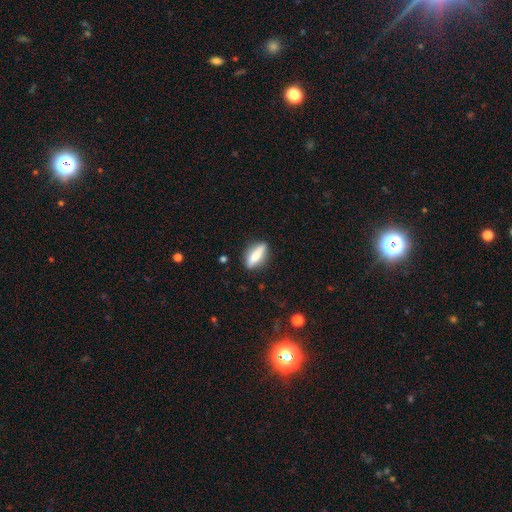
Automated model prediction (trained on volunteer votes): smooth-or-featured: smooth: 60% | featured or disk: 33% | star or artifact: 7%
  how-rounded: in between: 52% | cigar-shaped: 44% | round: 4%
  merging: none: 83% | minor disturbance: 12% | major disturbance: 3% | merger: 2%